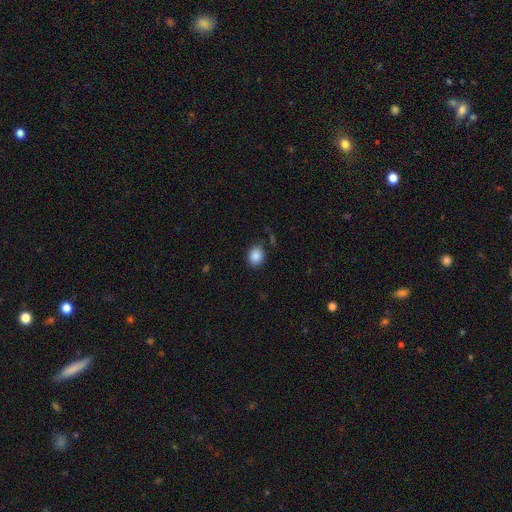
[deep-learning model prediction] Smooth or featured?
  - smooth: 87% *
  - star or artifact: 9%
  - featured or disk: 4%
How rounded?
  - round: 53% *
  - in between: 46%
  - cigar-shaped: 1%
Merging?
  - none: 83% *
  - minor disturbance: 12%
  - major disturbance: 3%
  - merger: 2%